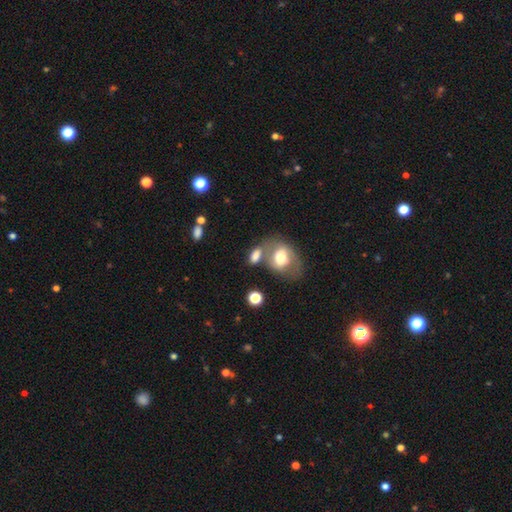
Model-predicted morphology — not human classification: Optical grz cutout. It shows a smooth galaxy with no disk features (72%) that is in between round and cigar-shaped (76%). Merging: none (41%).